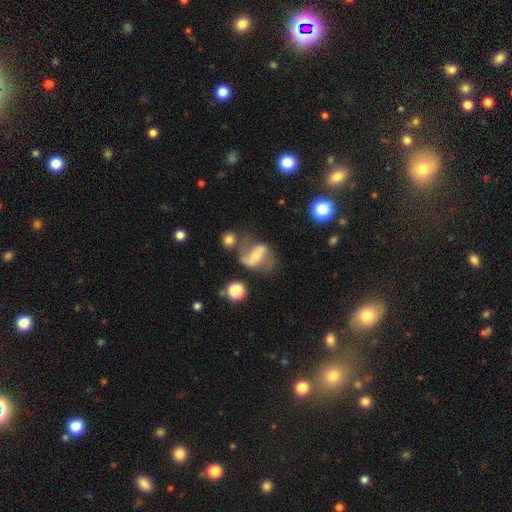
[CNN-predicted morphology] Q: Smooth or featured?
A: featured or disk (74%); runner-up: smooth (17%)
Q: Edge-on disk?
A: no (95%); runner-up: yes (5%)
Q: Bar?
A: strong (44%); runner-up: weak (31%)
Q: Spiral arms?
A: yes (87%); runner-up: no (13%)
Q: Spiral winding?
A: loose (57%); runner-up: medium (33%)
Q: Spiral arm count?
A: 2 (87%); runner-up: can't tell (6%)
Q: Bulge size?
A: small (48%); runner-up: moderate (41%)
Q: Merging?
A: none (48%); runner-up: minor disturbance (20%)